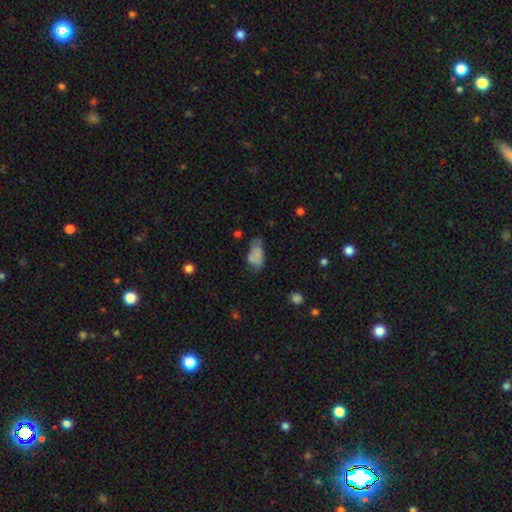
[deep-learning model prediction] This is likely a smooth galaxy (72%). How rounded: clearly in between (91%). Merging: marginally none (37%).